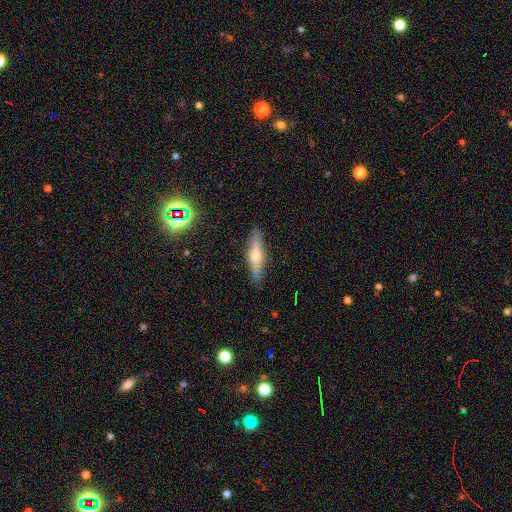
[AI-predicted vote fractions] This appears to be a featured or disk galaxy (48%). Merging: none (77%).